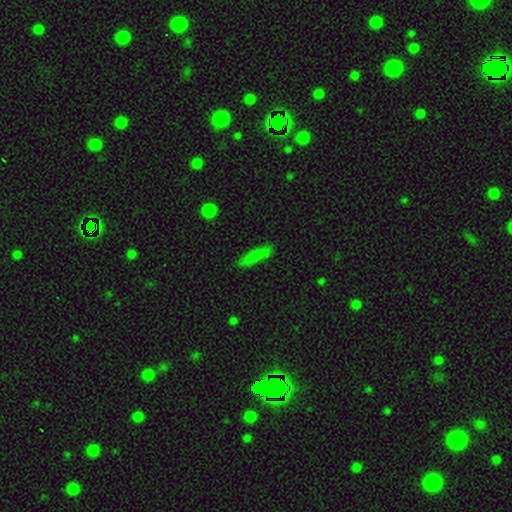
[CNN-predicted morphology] Smooth or featured? smooth (78%)
How rounded? cigar-shaped (74%)
Merging? none (82%)